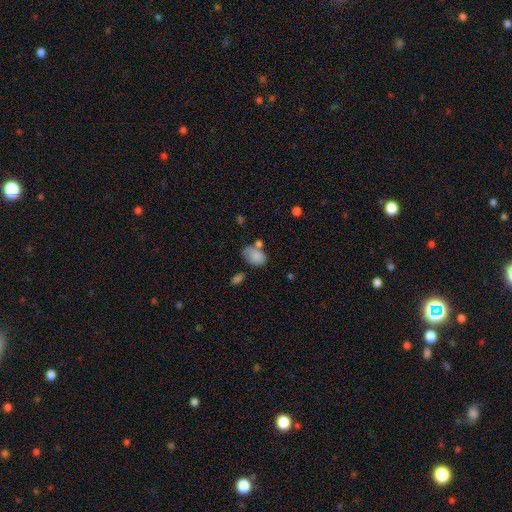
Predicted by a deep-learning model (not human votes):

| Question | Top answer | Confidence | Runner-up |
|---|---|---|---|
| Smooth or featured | smooth | 81% | featured or disk (10%) |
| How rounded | in between | 82% | round (17%) |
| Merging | none | 44% | minor disturbance (26%) |